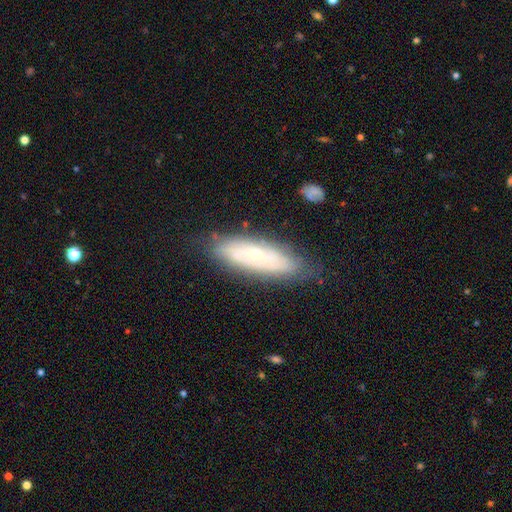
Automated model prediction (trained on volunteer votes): smooth-or-featured: featured or disk: 58% | smooth: 34% | star or artifact: 8%
  disk-edge-on: no: 74% | yes: 26%
  merging: none: 76% | minor disturbance: 18% | major disturbance: 5% | merger: 2%